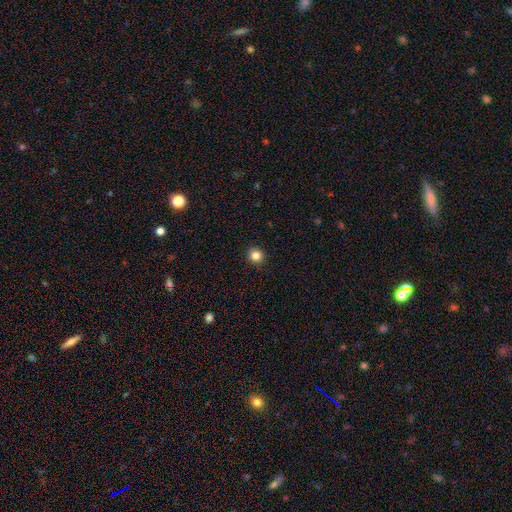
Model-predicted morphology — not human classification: Smooth or featured? Predicted: smooth (p=0.84). How rounded? Predicted: round (p=0.91). Merging? Predicted: none (p=0.92).